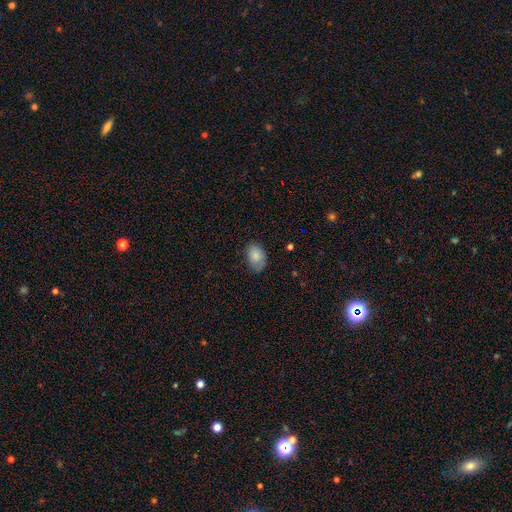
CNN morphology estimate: A smooth galaxy with no disk features (79%) that is in between round and cigar-shaped (84%). Merging: none (62%).